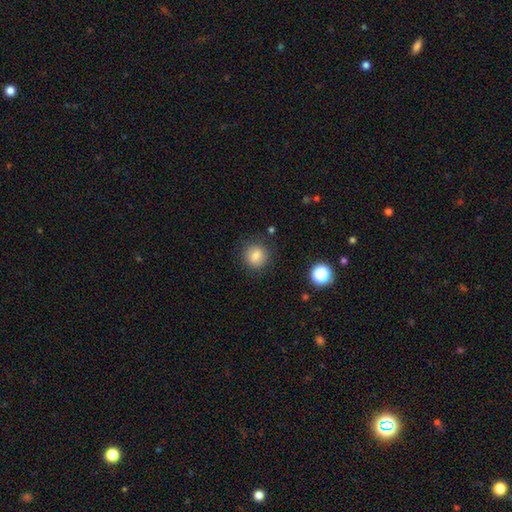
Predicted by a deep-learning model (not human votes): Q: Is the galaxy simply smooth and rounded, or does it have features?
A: smooth — 82%.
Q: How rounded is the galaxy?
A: round — 83%.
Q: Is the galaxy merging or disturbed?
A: none — 85%.